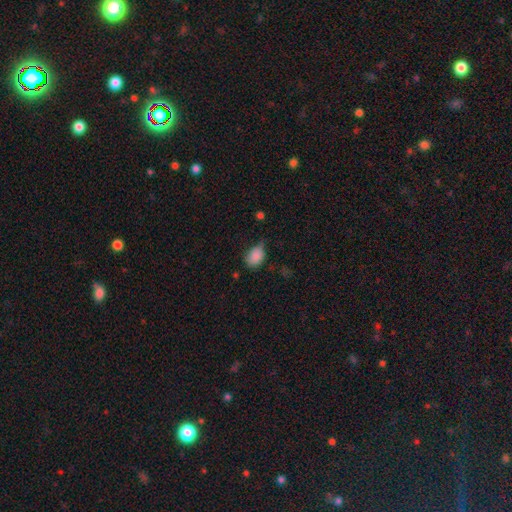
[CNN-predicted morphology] This is clearly a smooth galaxy (84%). How rounded: likely in between (72%). Merging: marginally none (44%).